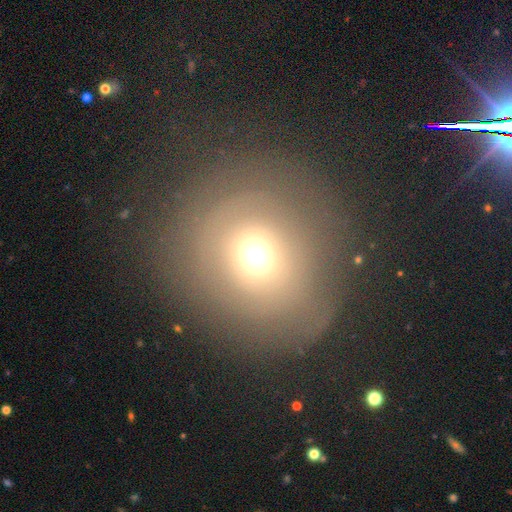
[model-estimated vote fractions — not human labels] A smooth galaxy with no disk features (58%) that is round (87%).

Vote fractions:
- Smooth or featured? smooth: 58% / featured or disk: 26% / star or artifact: 16%
- How rounded? round: 87% / in between: 12% / cigar-shaped: 1%
- Merging? none: 68% / minor disturbance: 15% / major disturbance: 14% / merger: 3%